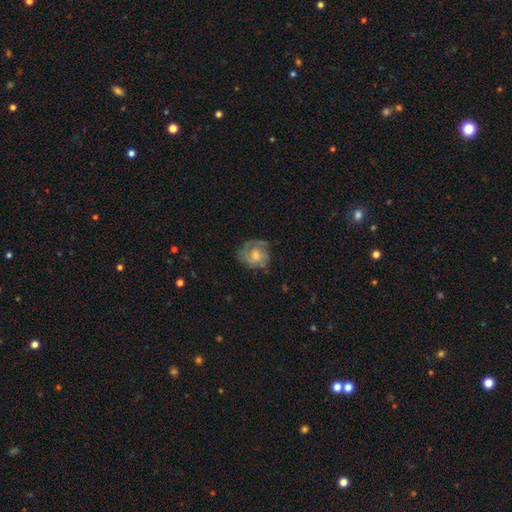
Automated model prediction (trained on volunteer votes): Smooth or featured? Predicted: smooth (p=0.47). Merging? Predicted: none (p=0.60).